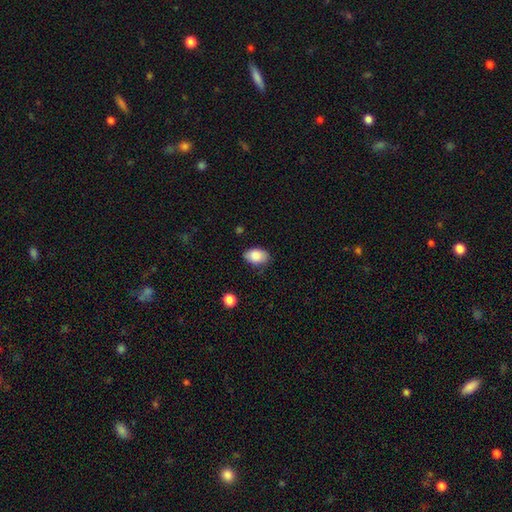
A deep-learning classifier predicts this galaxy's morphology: Smooth or featured? Predicted: smooth (p=0.87). How rounded? Predicted: in between (p=0.89). Merging? Predicted: none (p=0.79).